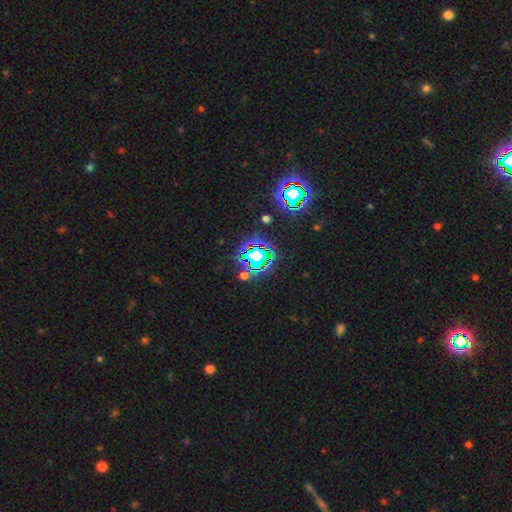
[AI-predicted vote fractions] A star or artifact, not a galaxy (71%).

Vote fractions:
- Smooth or featured? star or artifact: 71% / smooth: 16% / featured or disk: 13%